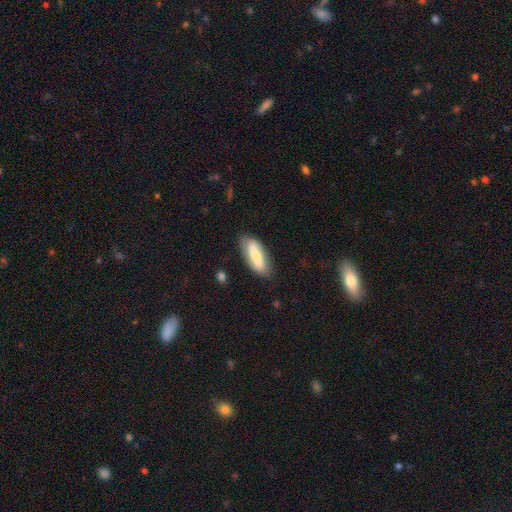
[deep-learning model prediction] smooth_or_featured: smooth (p=0.66) [alt: featured or disk p=0.28]
how_rounded: in between (p=0.65) [alt: cigar-shaped p=0.33]
merging: none (p=0.78) [alt: minor disturbance p=0.16]